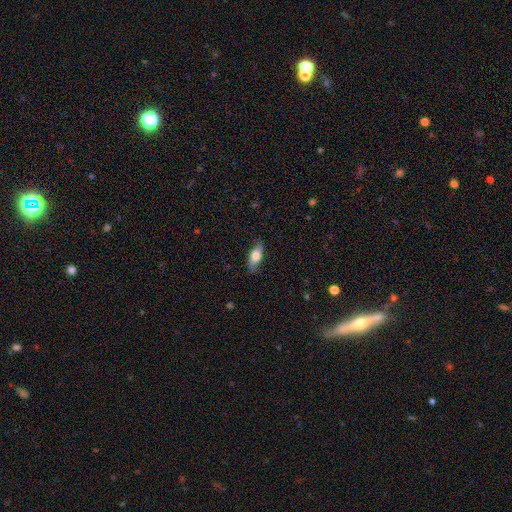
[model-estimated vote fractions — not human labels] A smooth galaxy with no disk features (67%) that is in between round and cigar-shaped (73%). Merging: none (79%).